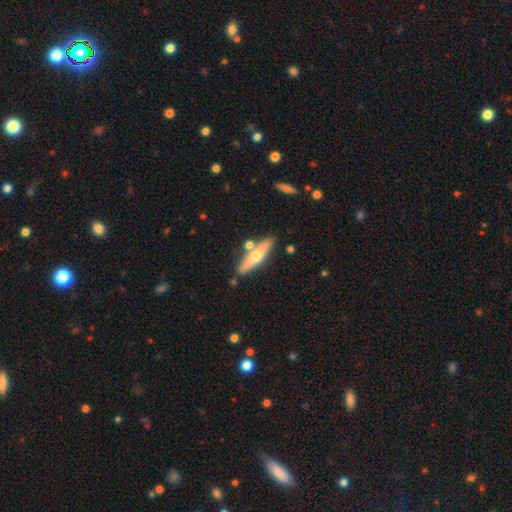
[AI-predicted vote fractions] featured or disk 49%, smooth 45%, star or artifact 6%. Down the decision tree: merging — none (78%).